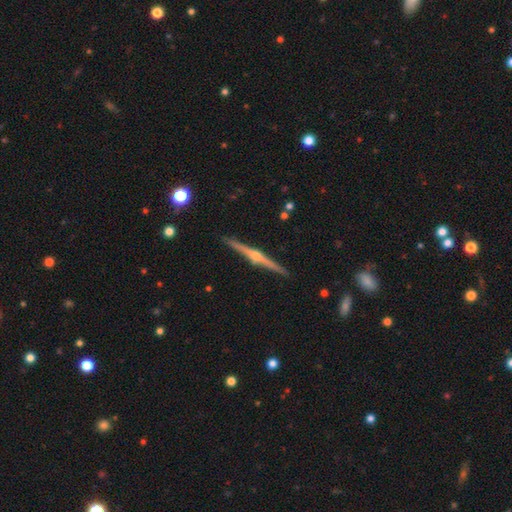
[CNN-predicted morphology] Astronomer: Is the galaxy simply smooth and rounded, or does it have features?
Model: featured or disk — 87%.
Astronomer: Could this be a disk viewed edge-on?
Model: yes — 99%.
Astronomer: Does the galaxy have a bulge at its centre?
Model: rounded — 91%.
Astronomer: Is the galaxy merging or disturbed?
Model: none — 92%.